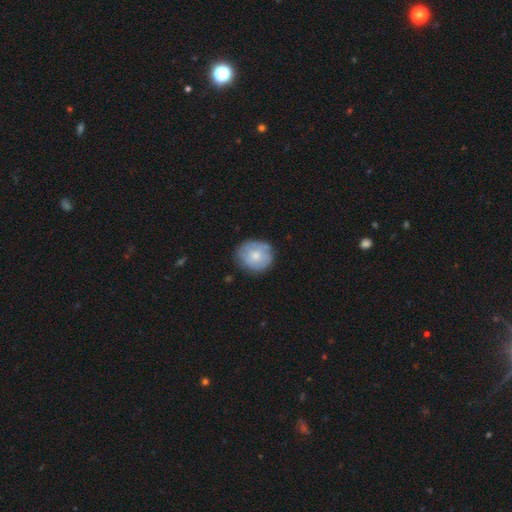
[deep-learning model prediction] smooth-or-featured: smooth: 63% | featured or disk: 30% | star or artifact: 7%
  how-rounded: round: 84% | in between: 15% | cigar-shaped: 1%
  merging: none: 74% | minor disturbance: 18% | major disturbance: 5% | merger: 3%